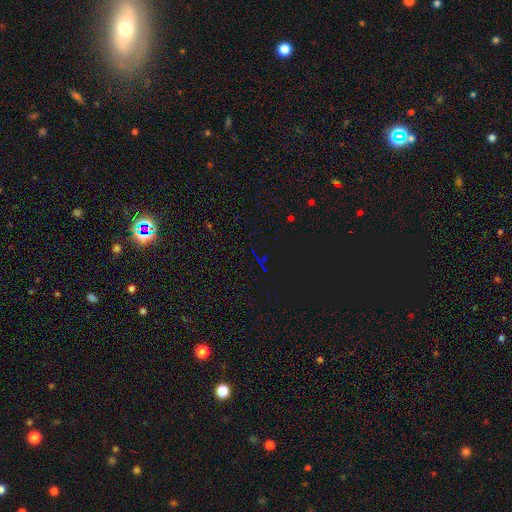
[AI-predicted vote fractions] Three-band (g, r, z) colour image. It shows a star or artifact, not a galaxy (78%).